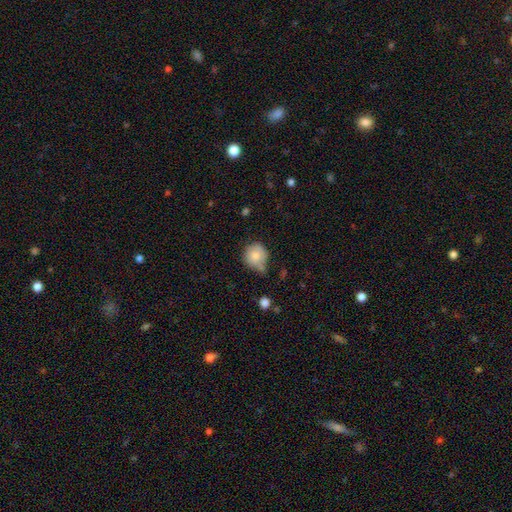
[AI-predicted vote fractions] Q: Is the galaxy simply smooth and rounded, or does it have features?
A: smooth — 80%.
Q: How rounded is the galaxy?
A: round — 88%.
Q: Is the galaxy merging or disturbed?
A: none — 55%.